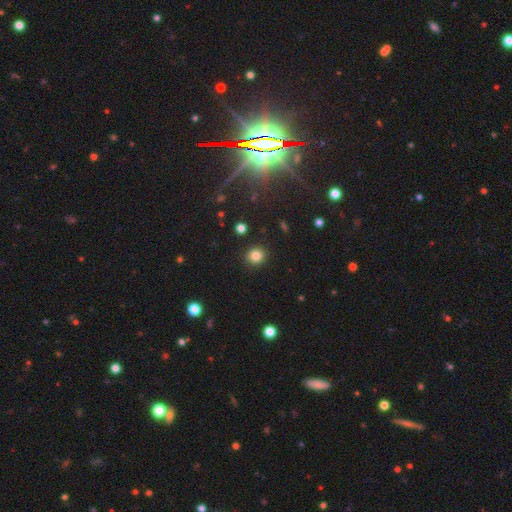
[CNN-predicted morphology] This appears to be a smooth galaxy with no disk features (83%) that is round (90%). Merging: none (91%).